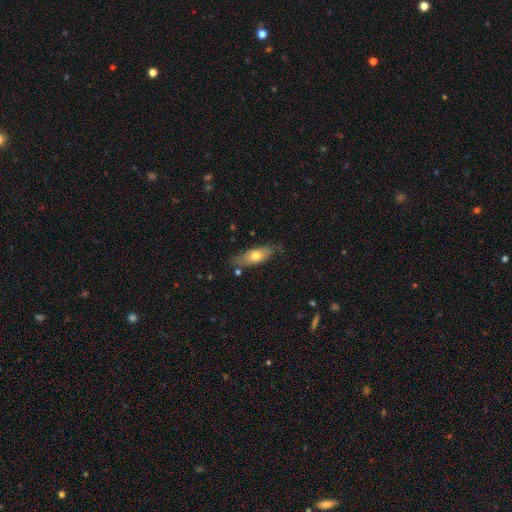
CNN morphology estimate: This is likely a smooth galaxy (63%). How rounded: likely in between (72%). Merging: likely none (67%).